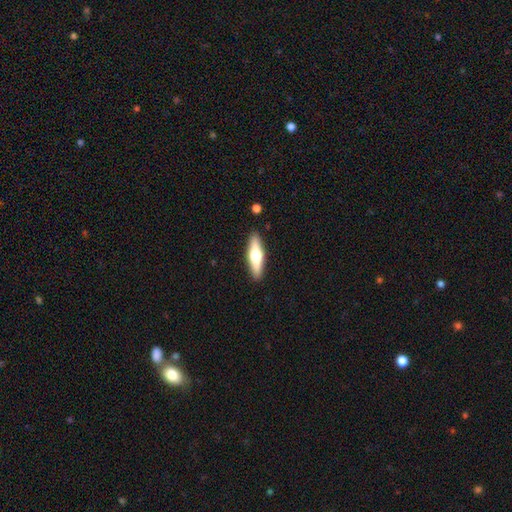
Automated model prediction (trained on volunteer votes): Smooth or featured: featured or disk — 49% (smooth — 45%)
Merging: none — 90% (minor disturbance — 7%)